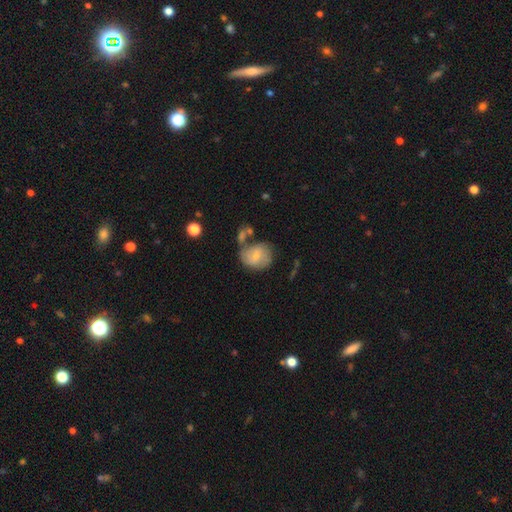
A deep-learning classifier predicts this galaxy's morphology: Overall: smooth (52%; featured or disk 41%). How rounded: round (61%; in between 38%). Merging: none (44%; merger 23%).